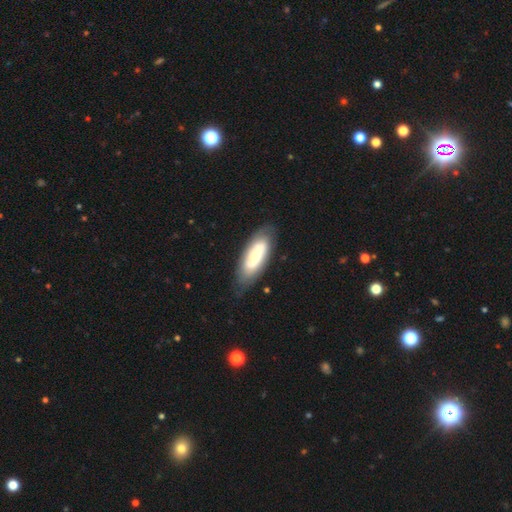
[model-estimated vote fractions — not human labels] Smooth or featured?
  - smooth: 53% *
  - featured or disk: 41%
  - star or artifact: 6%
How rounded?
  - in between: 76% *
  - cigar-shaped: 22%
  - round: 2%
Merging?
  - none: 72% *
  - minor disturbance: 20%
  - major disturbance: 6%
  - merger: 2%